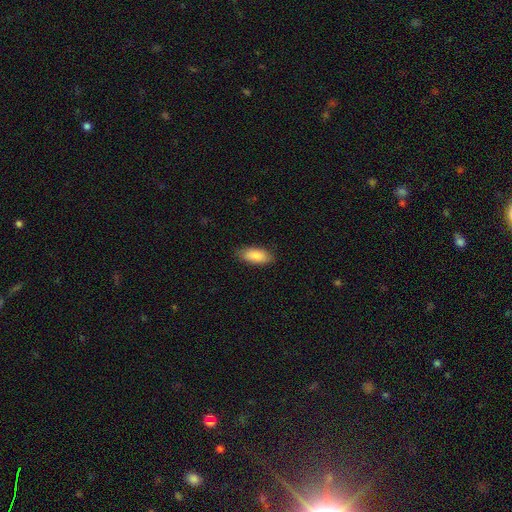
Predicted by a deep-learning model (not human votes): Smooth or featured? Predicted: smooth (p=0.86). How rounded? Predicted: in between (p=0.87). Merging? Predicted: none (p=0.84).